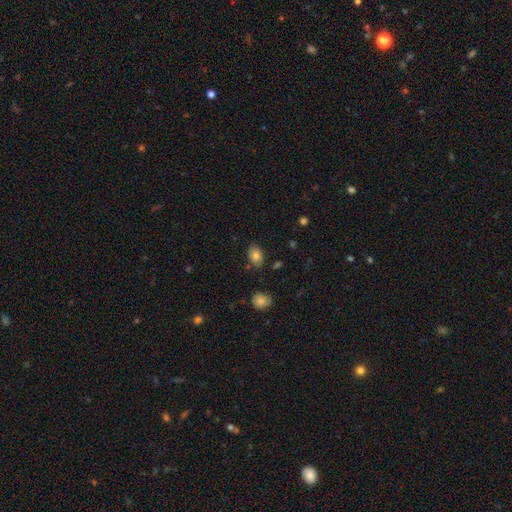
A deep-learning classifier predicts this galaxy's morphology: Q: Smooth or featured?
A: smooth (81%); runner-up: featured or disk (10%)
Q: How rounded?
A: in between (83%); runner-up: round (16%)
Q: Merging?
A: none (81%); runner-up: minor disturbance (14%)